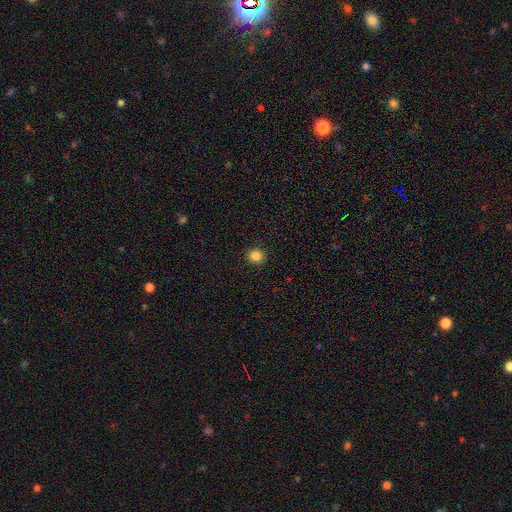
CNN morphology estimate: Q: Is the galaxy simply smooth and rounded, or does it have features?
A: smooth — 85%.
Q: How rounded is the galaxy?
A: round — 88%.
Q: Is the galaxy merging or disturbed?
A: none — 92%.